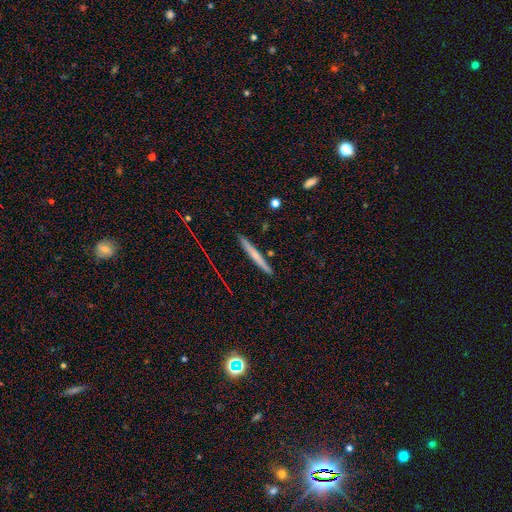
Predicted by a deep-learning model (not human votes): smooth_or_featured: smooth (p=0.49) [alt: featured or disk p=0.43]
merging: none (p=0.88) [alt: minor disturbance p=0.08]